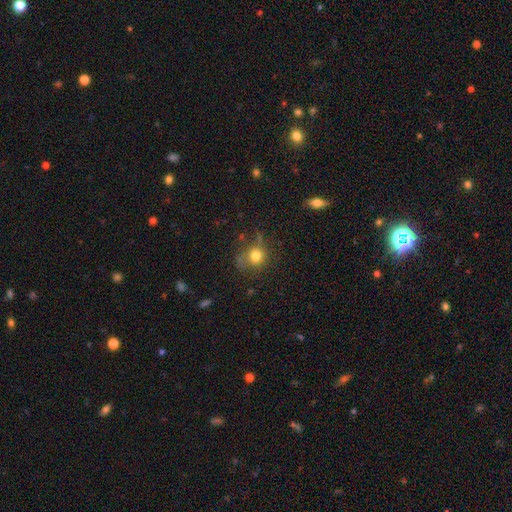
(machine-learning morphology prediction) type=smooth (75%); roundness=round (82%); merging=none (62%).